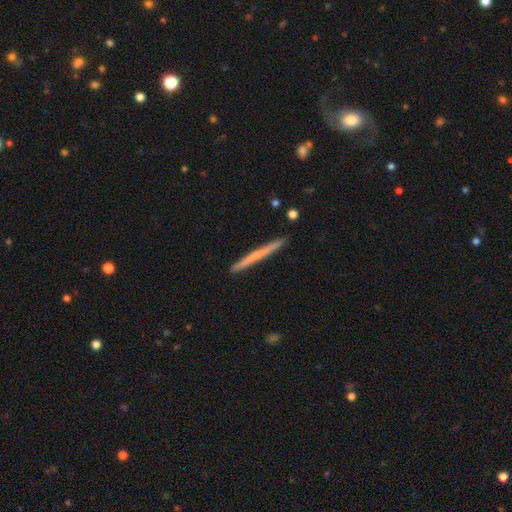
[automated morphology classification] Overall: smooth (50%; featured or disk 45%). Merging: none (92%).